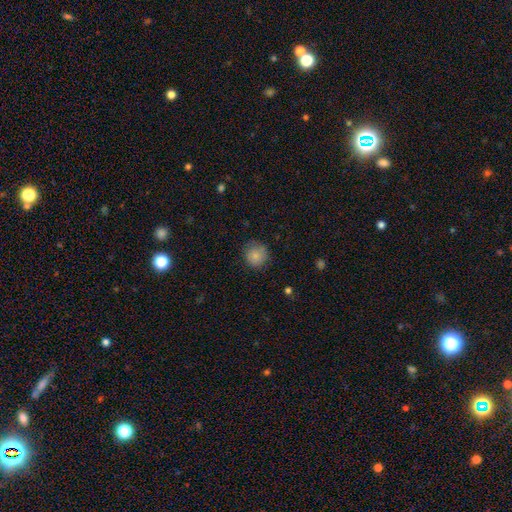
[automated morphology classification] smooth-or-featured: smooth: 84% | star or artifact: 10% | featured or disk: 6%
  how-rounded: round: 90% | in between: 9% | cigar-shaped: 1%
  merging: none: 80% | minor disturbance: 15% | major disturbance: 4% | merger: 1%